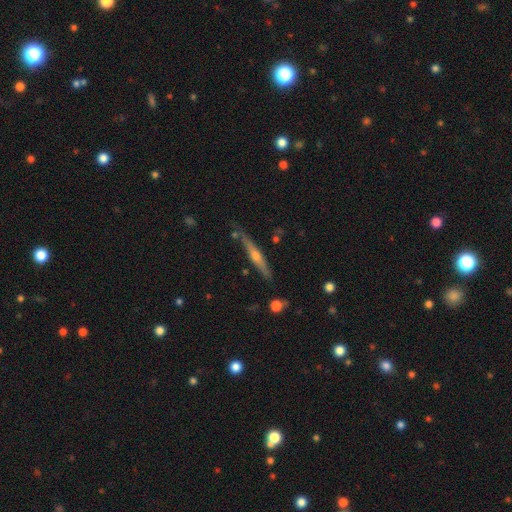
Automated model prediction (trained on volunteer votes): Overall: featured or disk (67%; smooth 27%). Edge-on disk: yes (96%). Edge-on bulge: rounded (82%). Merging: none (78%).